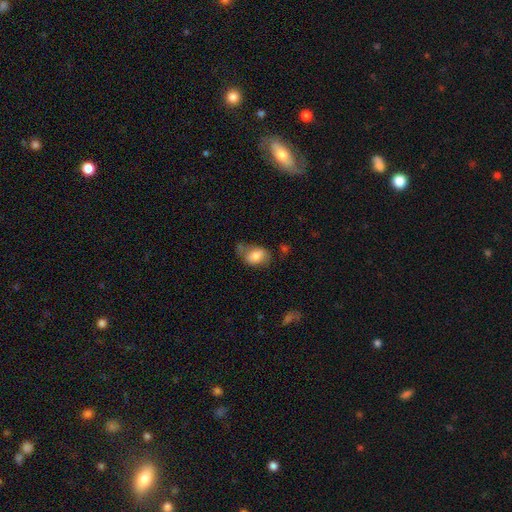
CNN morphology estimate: smooth-or-featured: smooth: 74% | featured or disk: 18% | star or artifact: 8%
  how-rounded: in between: 82% | round: 17% | cigar-shaped: 1%
  merging: none: 46% | minor disturbance: 28% | major disturbance: 15% | merger: 10%